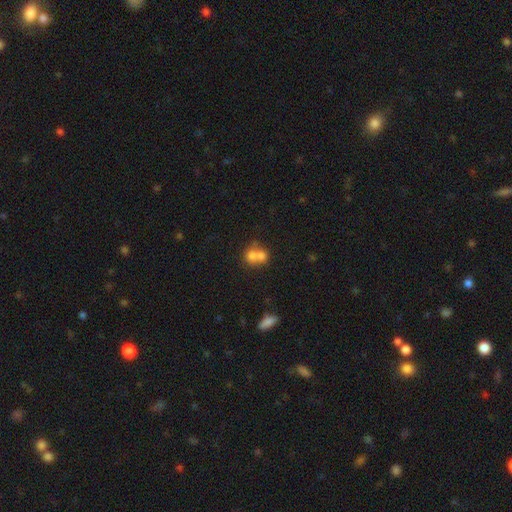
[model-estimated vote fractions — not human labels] A smooth galaxy with no disk features (70%) that is round (72%).

Vote fractions:
- Smooth or featured? smooth: 70% / featured or disk: 19% / star or artifact: 11%
- How rounded? round: 72% / in between: 27% / cigar-shaped: 1%
- Merging? merger: 66% / none: 25% / minor disturbance: 5% / major disturbance: 3%